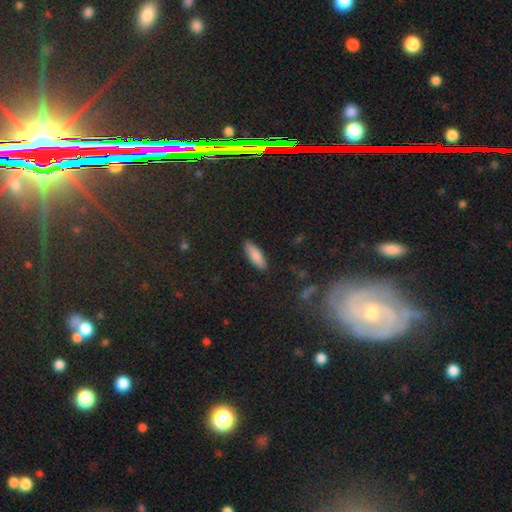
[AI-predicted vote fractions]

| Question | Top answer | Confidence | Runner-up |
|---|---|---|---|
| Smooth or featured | smooth | 86% | featured or disk (8%) |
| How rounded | in between | 59% | cigar-shaped (40%) |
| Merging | none | 89% | minor disturbance (8%) |